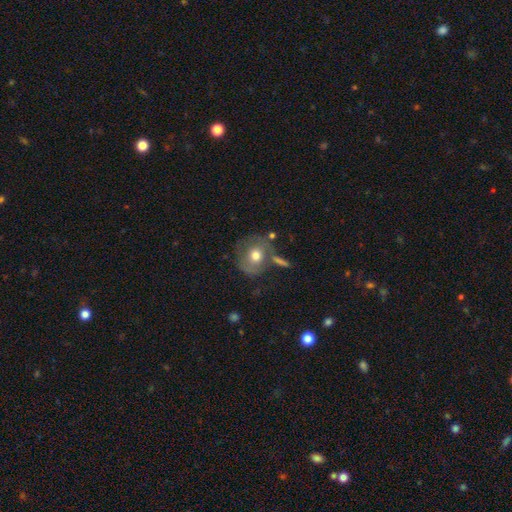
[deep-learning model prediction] The model was most divided on "smooth or featured": smooth: 58%, featured or disk: 34%, star or artifact: 8%. More confident: how rounded — round (79%); merging — none (60%).